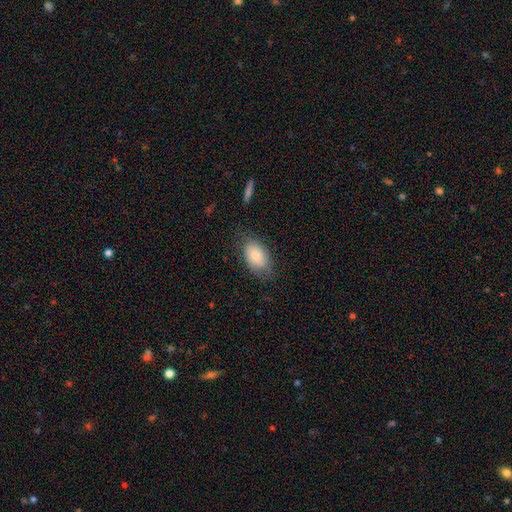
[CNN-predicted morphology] smooth 80%, featured or disk 13%, star or artifact 7%. Down the decision tree: how rounded — in between (90%); merging — none (72%).